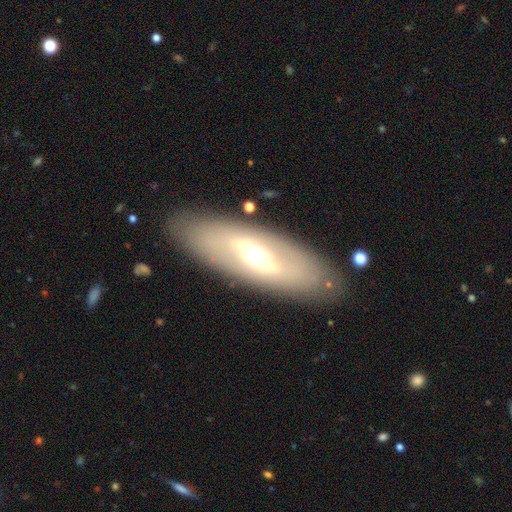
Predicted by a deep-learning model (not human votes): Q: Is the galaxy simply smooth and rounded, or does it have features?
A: featured or disk — 60%.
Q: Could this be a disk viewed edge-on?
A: no — 75%.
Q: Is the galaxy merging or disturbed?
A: none — 85%.